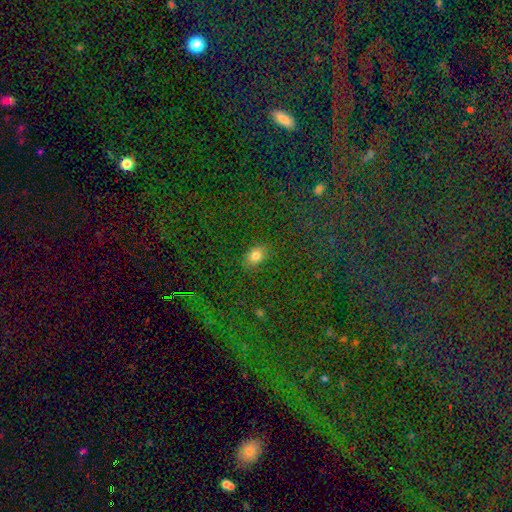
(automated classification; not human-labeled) The model was most divided on "how rounded": in between: 70%, round: 28%, cigar-shaped: 2%. More confident: merging — none (84%); smooth or featured — smooth (78%).